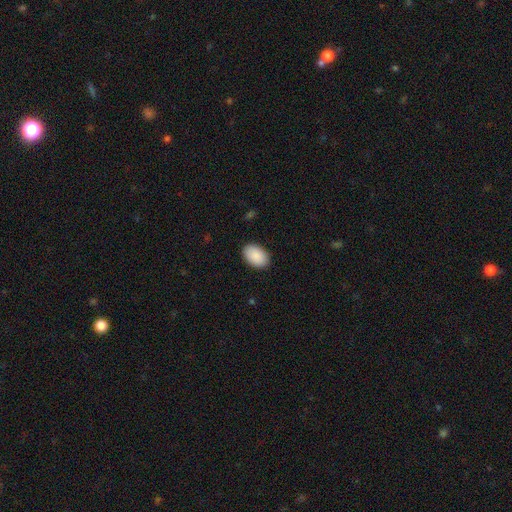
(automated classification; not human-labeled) smooth_or_featured: smooth (p=0.91) [alt: star or artifact p=0.06]
how_rounded: in between (p=0.92) [alt: round p=0.07]
merging: none (p=0.89) [alt: minor disturbance p=0.08]